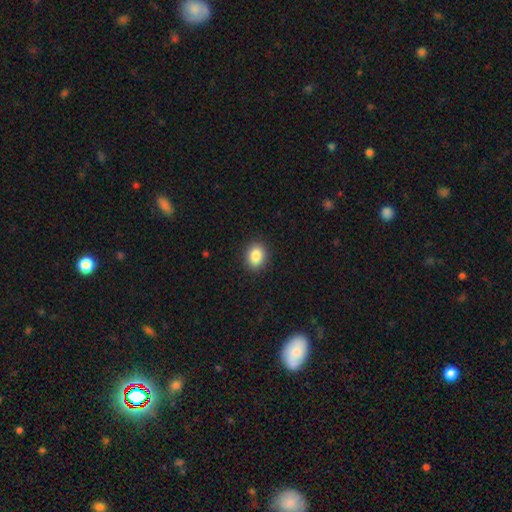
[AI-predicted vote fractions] A smooth galaxy with no disk features (87%) that is in between round and cigar-shaped (55%). Merging: none (90%).